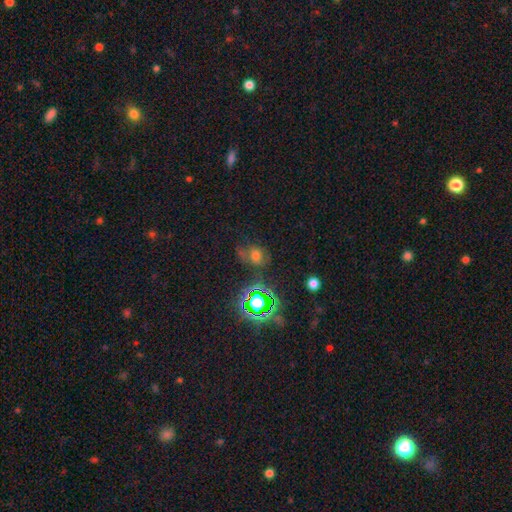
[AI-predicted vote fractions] A smooth galaxy with no disk features (51%) that is round (50%).

Vote fractions:
- Smooth or featured? smooth: 51% / star or artifact: 34% / featured or disk: 15%
- How rounded? round: 50% / in between: 48% / cigar-shaped: 2%
- Merging? none: 50% / minor disturbance: 25% / major disturbance: 19% / merger: 7%